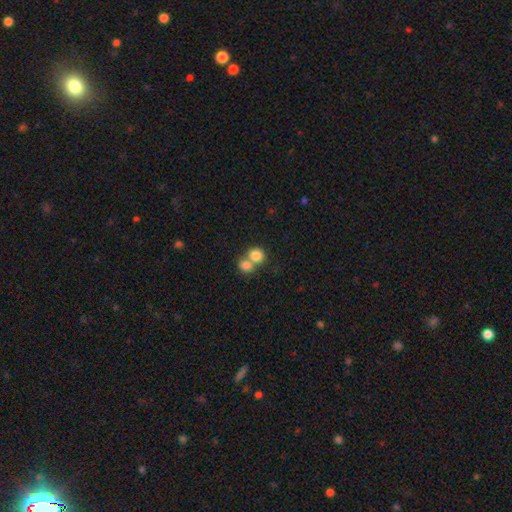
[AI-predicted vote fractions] A smooth galaxy with no disk features (82%) that is round (78%). Merging: merger (57%).